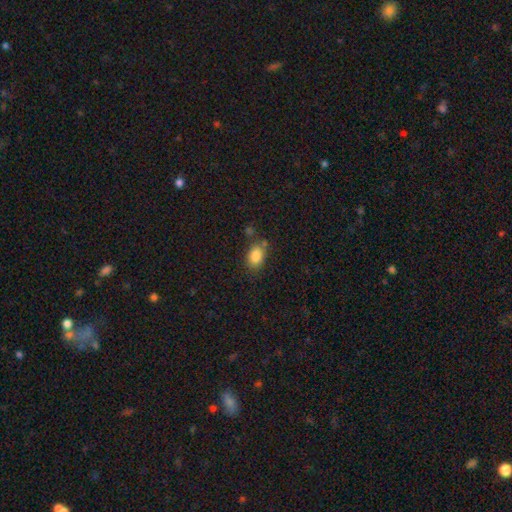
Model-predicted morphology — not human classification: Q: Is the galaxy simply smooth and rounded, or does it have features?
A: smooth — 85%.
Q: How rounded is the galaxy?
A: in between — 77%.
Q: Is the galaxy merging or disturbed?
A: none — 68%.